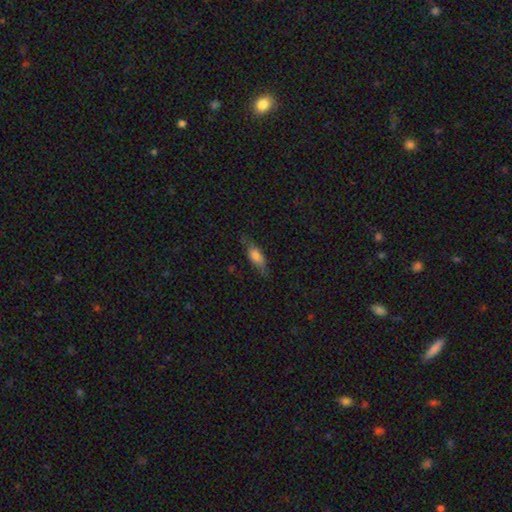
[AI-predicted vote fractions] Smooth or featured? Predicted: smooth (p=0.68). How rounded? Predicted: in between (p=0.63). Merging? Predicted: none (p=0.64).